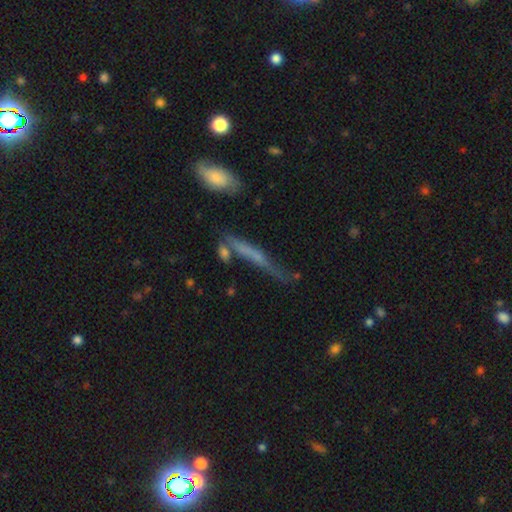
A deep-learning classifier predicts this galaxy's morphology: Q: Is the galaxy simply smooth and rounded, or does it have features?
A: smooth — 44%, tied with featured or disk.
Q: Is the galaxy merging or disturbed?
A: none — 48%.